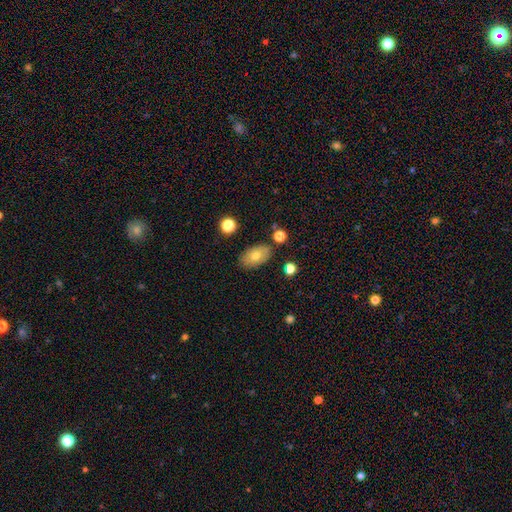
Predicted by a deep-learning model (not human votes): Smooth or featured? smooth (71%)
How rounded? in between (91%)
Merging? none (83%)